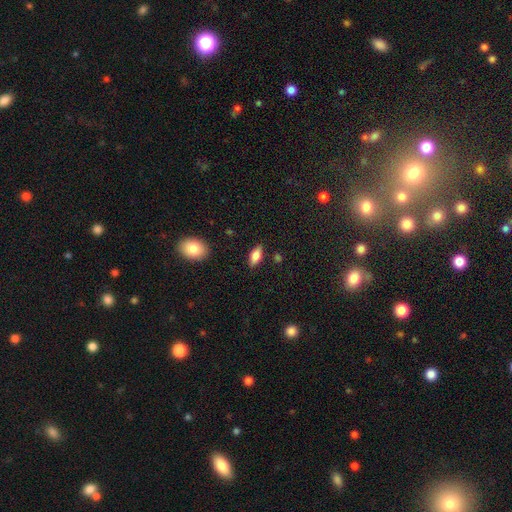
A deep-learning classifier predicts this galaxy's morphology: smooth_or_featured: smooth (p=0.75) [alt: featured or disk p=0.18]
how_rounded: in between (p=0.83) [alt: cigar-shaped p=0.14]
merging: none (p=0.86) [alt: minor disturbance p=0.10]